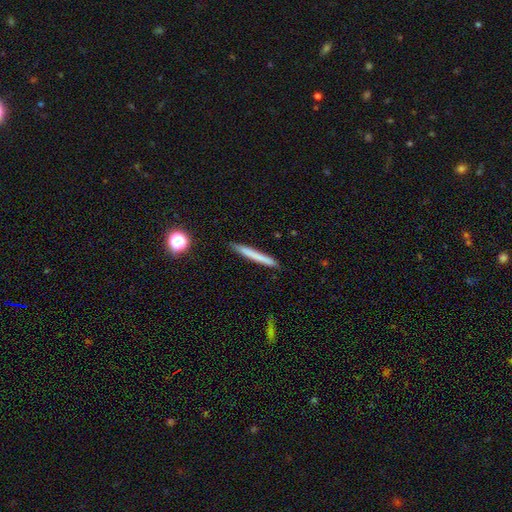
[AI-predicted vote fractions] A smooth galaxy with no disk features (68%) that is cigar-shaped (97%).

Vote fractions:
- Smooth or featured? smooth: 68% / featured or disk: 26% / star or artifact: 7%
- How rounded? cigar-shaped: 97% / in between: 2% / round: 1%
- Merging? none: 90% / minor disturbance: 7% / major disturbance: 1% / merger: 1%